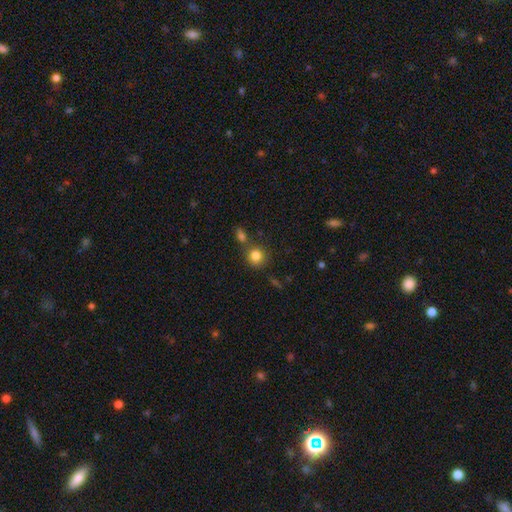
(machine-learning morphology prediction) A smooth galaxy with no disk features (82%) that is round (87%). Merging: none (70%).